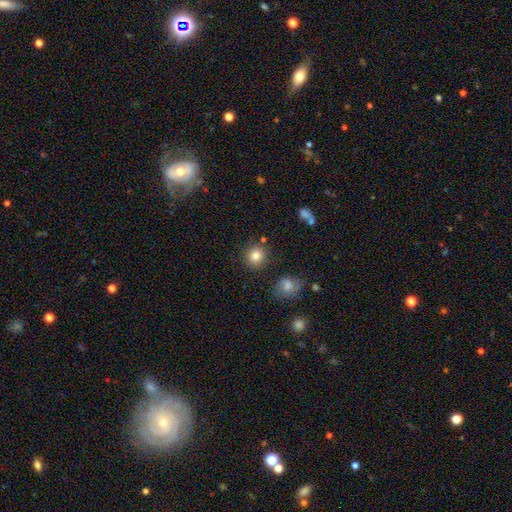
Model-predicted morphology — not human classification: type=smooth (83%); roundness=round (89%); merging=none (85%).